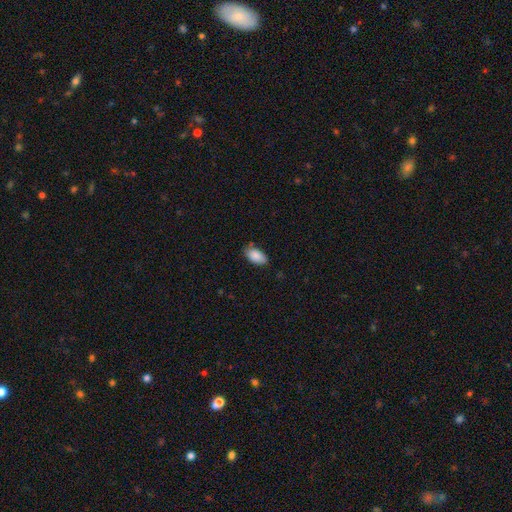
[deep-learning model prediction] Overall: smooth (87%). How rounded: in between (94%). Merging: none (70%).